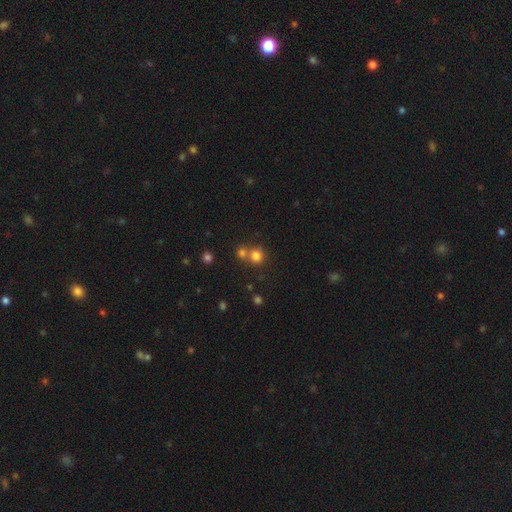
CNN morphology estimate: This is likely a smooth galaxy (77%). How rounded: clearly round (87%). Merging: possibly none (52%).